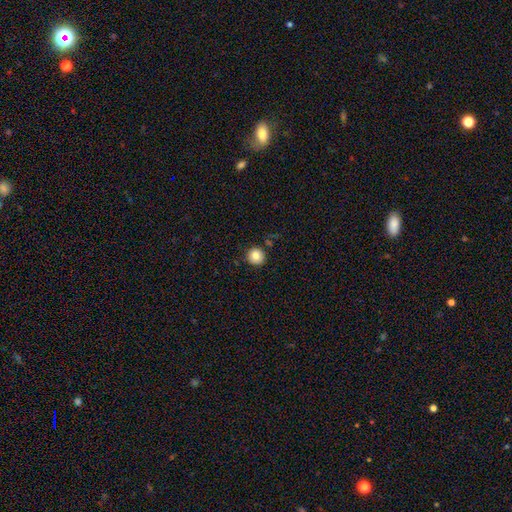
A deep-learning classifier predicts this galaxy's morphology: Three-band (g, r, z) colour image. It shows a smooth galaxy with no disk features (82%) that is round (94%). Merging: none (90%).